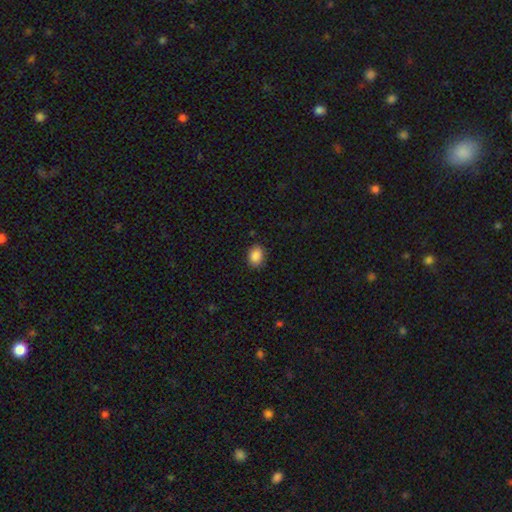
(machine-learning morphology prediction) A smooth galaxy with no disk features (88%) that is in between round and cigar-shaped (66%). Merging: none (86%).